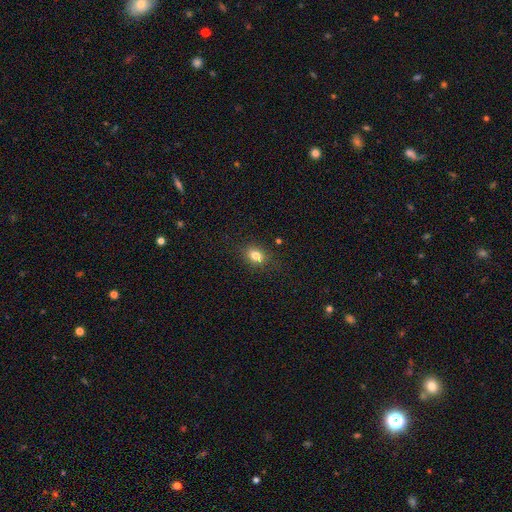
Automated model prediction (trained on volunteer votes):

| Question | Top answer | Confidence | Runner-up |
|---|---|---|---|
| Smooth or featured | smooth | 79% | star or artifact (13%) |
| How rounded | in between | 67% | round (31%) |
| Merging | none | 82% | minor disturbance (12%) |